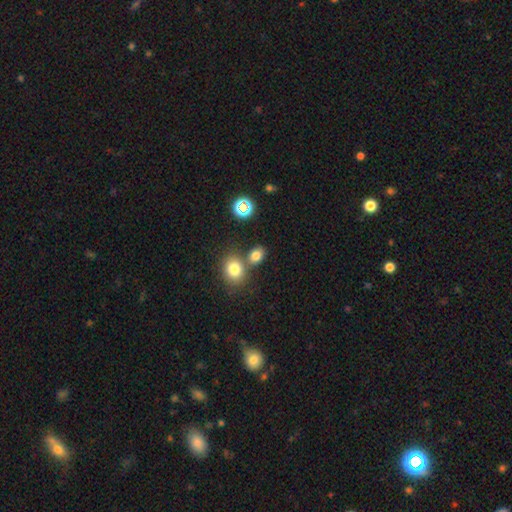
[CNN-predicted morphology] Q: Smooth or featured?
A: smooth (78%); runner-up: star or artifact (15%)
Q: How rounded?
A: in between (57%); runner-up: round (41%)
Q: Merging?
A: none (60%); runner-up: merger (27%)